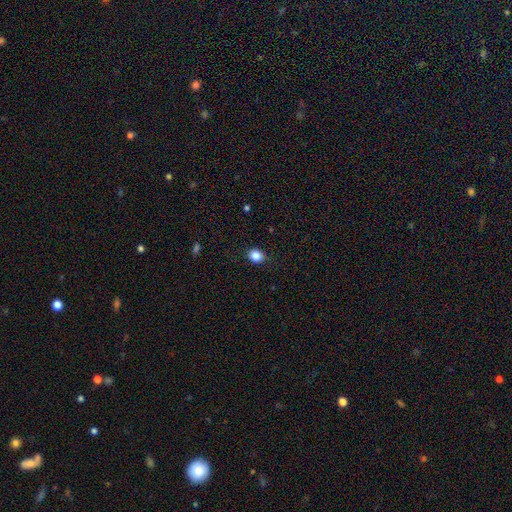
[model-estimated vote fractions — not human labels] This is clearly a smooth galaxy (86%). How rounded: possibly round (58%). Merging: clearly none (88%).